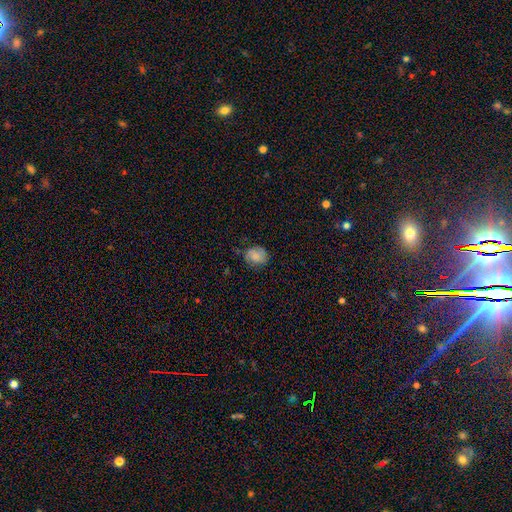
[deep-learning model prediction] smooth_or_featured: smooth (p=0.69) [alt: featured or disk p=0.22]
how_rounded: round (p=0.65) [alt: in between p=0.34]
merging: none (p=0.70) [alt: minor disturbance p=0.23]